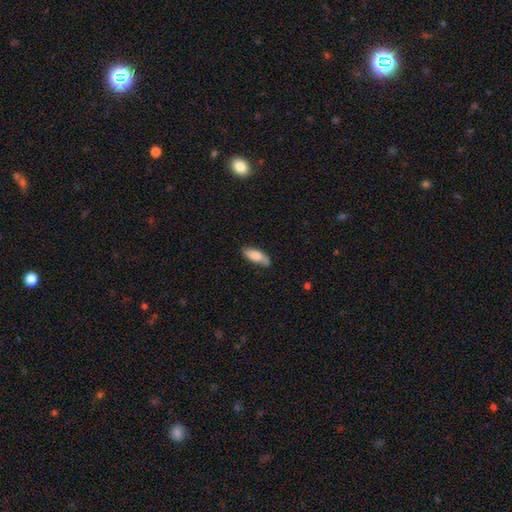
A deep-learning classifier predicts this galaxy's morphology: The model was most divided on "how rounded": in between: 69%, cigar-shaped: 29%, round: 2%. More confident: smooth or featured — smooth (79%); merging — none (75%).